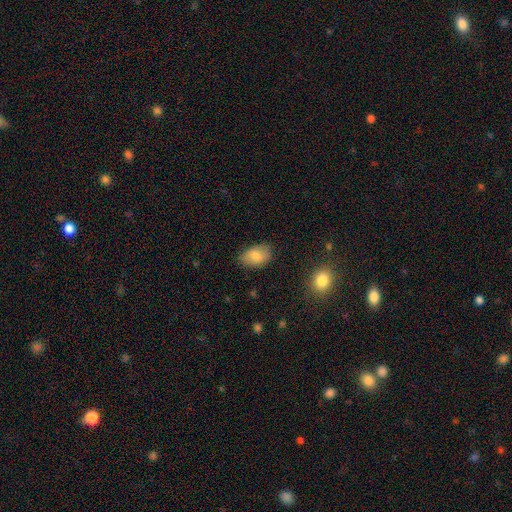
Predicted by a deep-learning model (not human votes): The model was most divided on "merging": none: 78%, minor disturbance: 17%, major disturbance: 3%, merger: 1%. More confident: how rounded — in between (88%); smooth or featured — smooth (79%).